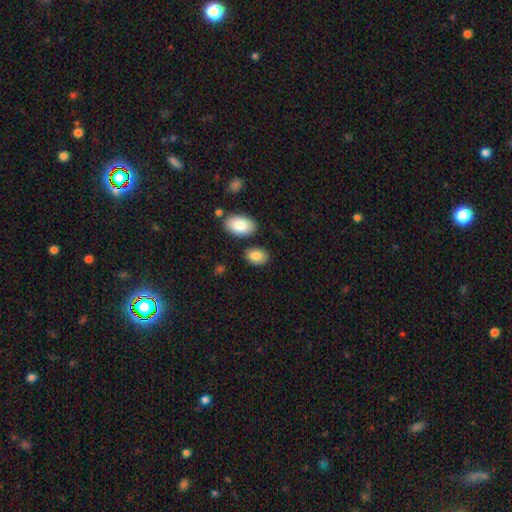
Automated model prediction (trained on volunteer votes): The model was most divided on "merging": none: 79%, minor disturbance: 12%, merger: 7%, major disturbance: 3%. More confident: how rounded — in between (87%); smooth or featured — smooth (85%).